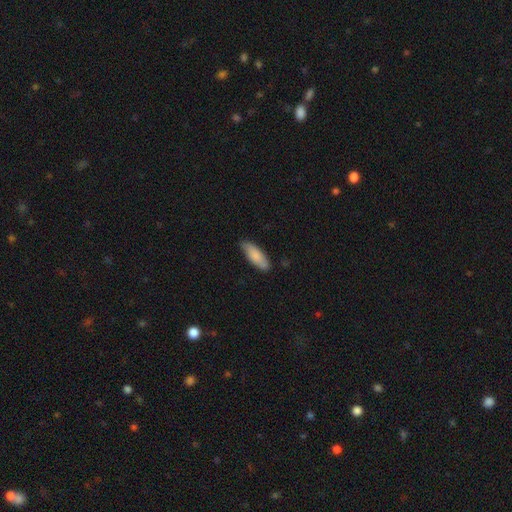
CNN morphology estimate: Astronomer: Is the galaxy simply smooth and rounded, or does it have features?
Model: smooth — 83%.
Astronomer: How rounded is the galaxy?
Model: in between — 63%.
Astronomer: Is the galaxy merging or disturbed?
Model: none — 79%.